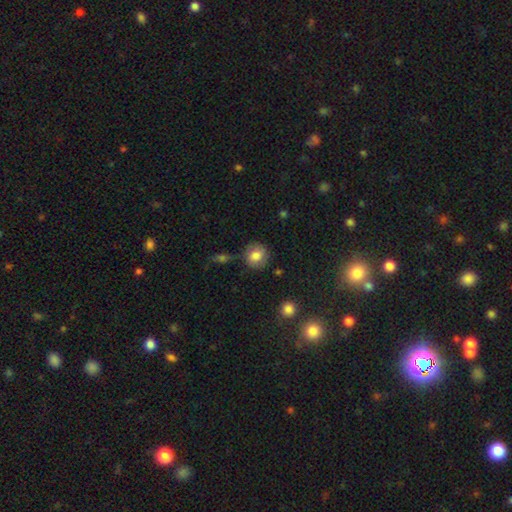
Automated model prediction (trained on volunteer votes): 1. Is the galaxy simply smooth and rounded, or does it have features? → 74% smooth, 17% featured or disk, 9% star or artifact.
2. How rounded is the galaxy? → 79% round, 20% in between, 1% cigar-shaped.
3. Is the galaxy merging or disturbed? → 76% none, 16% minor disturbance, 5% major disturbance, 4% merger.